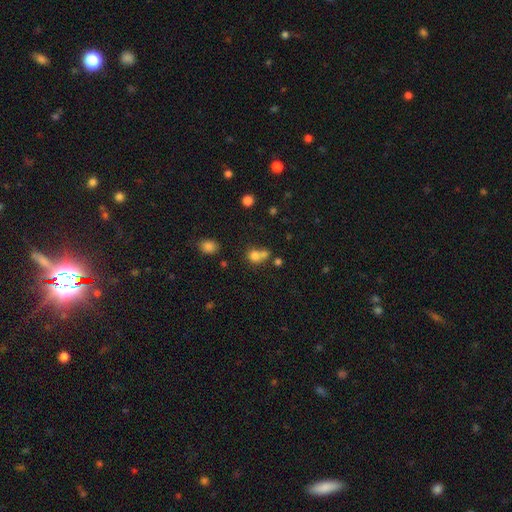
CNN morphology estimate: Overall: smooth (75%). How rounded: round (70%). Merging: merger (53%; none 33%).